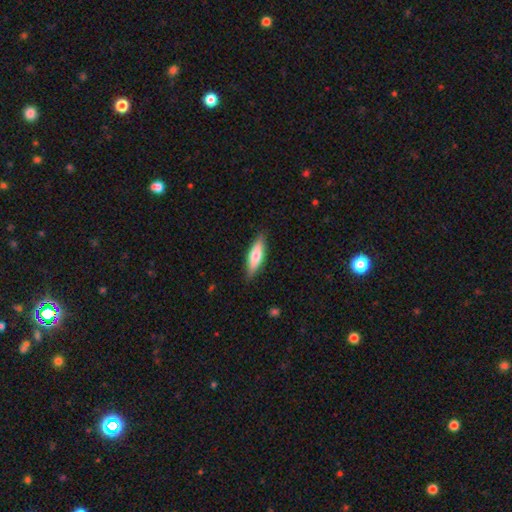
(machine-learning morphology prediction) smooth_or_featured: smooth (p=0.67) [alt: featured or disk p=0.28]
how_rounded: in between (p=0.50) [alt: cigar-shaped p=0.48]
merging: none (p=0.85) [alt: minor disturbance p=0.11]